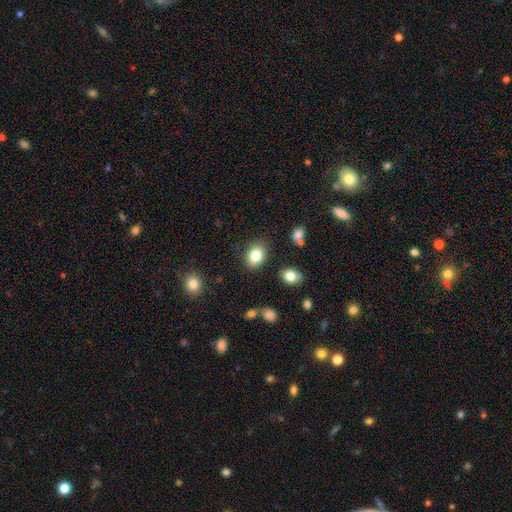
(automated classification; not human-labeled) Overall: smooth (82%). How rounded: in between (74%). Merging: none (84%).